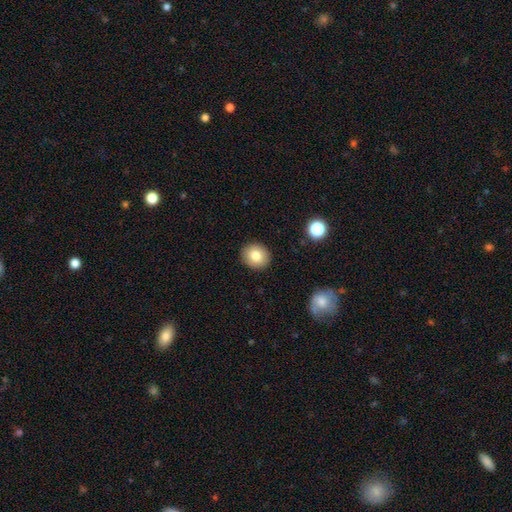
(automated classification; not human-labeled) A smooth galaxy with no disk features (81%) that is round (81%). Merging: none (91%).